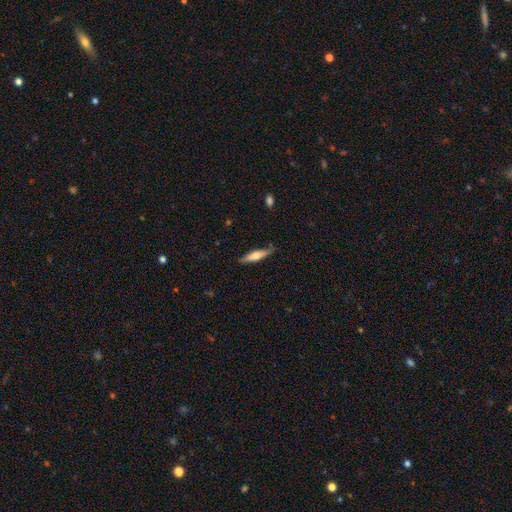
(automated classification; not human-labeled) smooth-or-featured: smooth: 57% | featured or disk: 38% | star or artifact: 6%
  how-rounded: cigar-shaped: 78% | in between: 20% | round: 2%
  merging: none: 79% | minor disturbance: 17% | major disturbance: 3% | merger: 2%